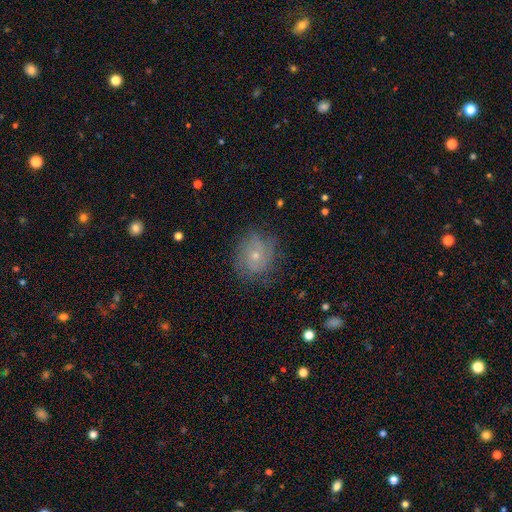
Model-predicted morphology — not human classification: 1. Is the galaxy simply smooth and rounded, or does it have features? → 51% featured or disk, 38% smooth, 11% star or artifact.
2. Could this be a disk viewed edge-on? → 96% no, 4% yes.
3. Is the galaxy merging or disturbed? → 72% none, 19% minor disturbance, 8% major disturbance, 1% merger.